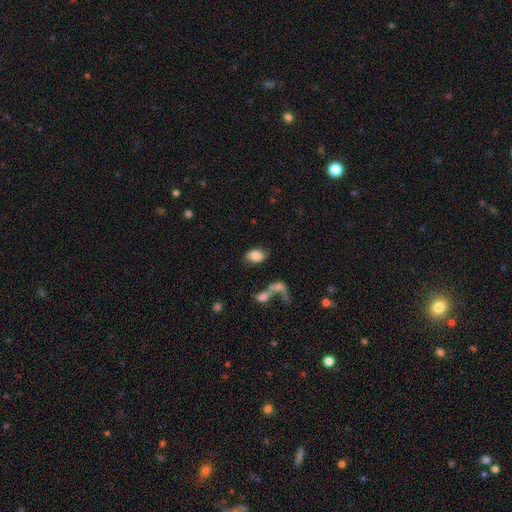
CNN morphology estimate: The model was most divided on "merging": none: 59%, minor disturbance: 17%, merger: 13%, major disturbance: 11%. More confident: how rounded — in between (87%); smooth or featured — smooth (78%).